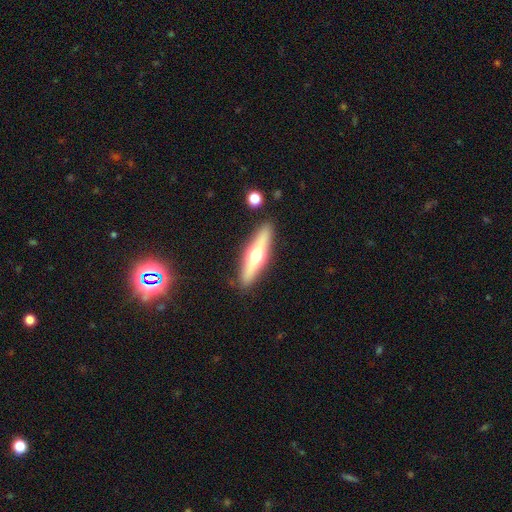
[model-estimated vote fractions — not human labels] Smooth or featured? featured or disk (58%)
Edge-on disk? yes (92%)
Edge-on bulge? rounded (95%)
Merging? none (88%)